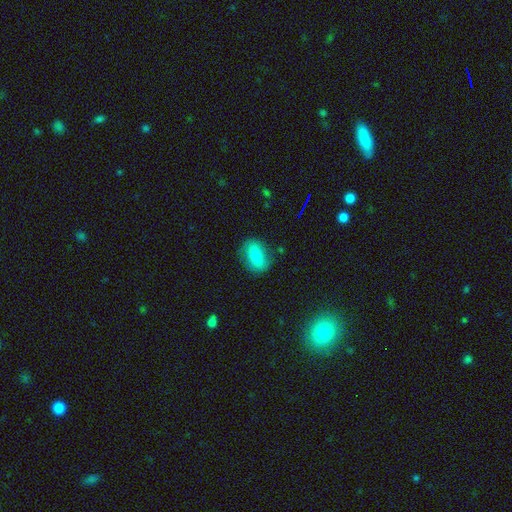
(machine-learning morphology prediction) This is likely a smooth galaxy (65%). How rounded: likely in between (76%). Merging: likely none (75%).